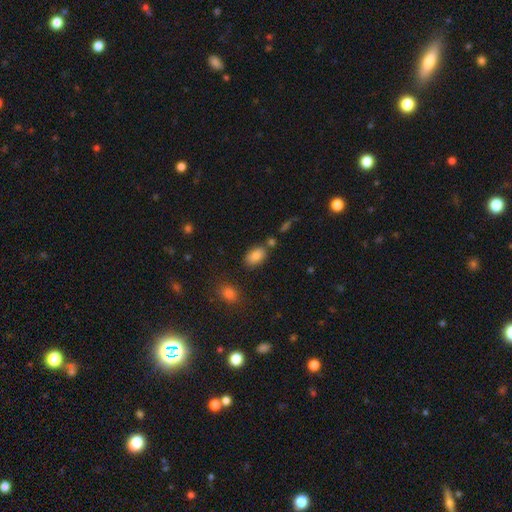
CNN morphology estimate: The model was most divided on "merging": none: 74%, minor disturbance: 14%, merger: 9%, major disturbance: 3%. More confident: how rounded — in between (89%); smooth or featured — smooth (84%).